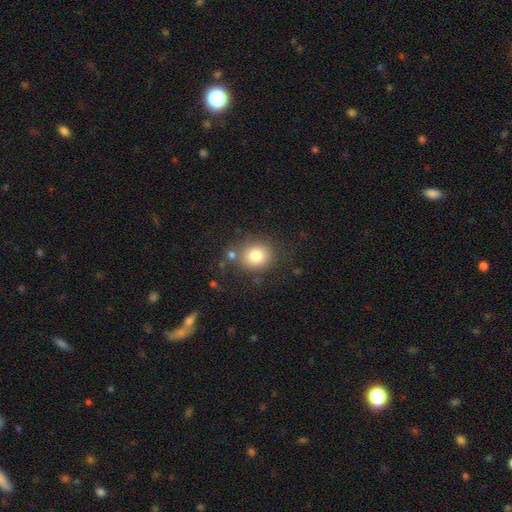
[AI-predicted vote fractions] smooth_or_featured: smooth (p=0.79) [alt: star or artifact p=0.11]
how_rounded: round (p=0.77) [alt: in between p=0.22]
merging: none (p=0.75) [alt: minor disturbance p=0.12]